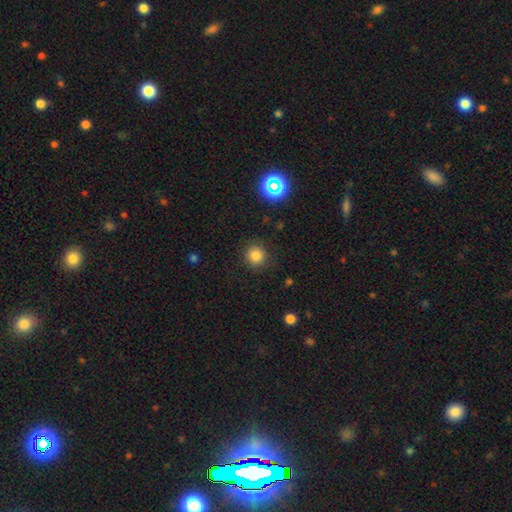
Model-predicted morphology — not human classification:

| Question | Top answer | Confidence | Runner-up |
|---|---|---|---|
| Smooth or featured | smooth | 81% | star or artifact (14%) |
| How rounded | round | 94% | in between (6%) |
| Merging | none | 89% | minor disturbance (7%) |